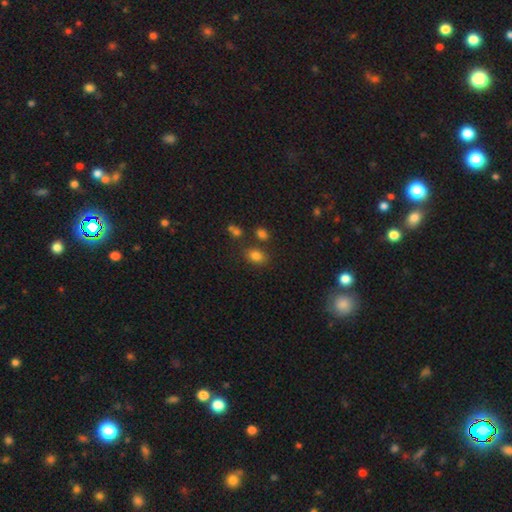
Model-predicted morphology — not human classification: Smooth or featured? smooth (81%)
How rounded? in between (69%)
Merging? none (74%)